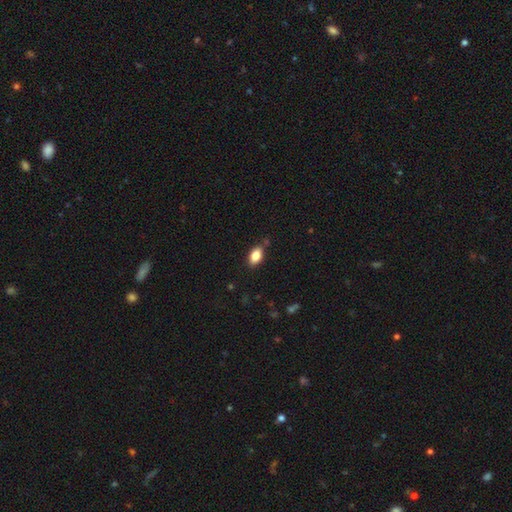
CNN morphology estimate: Overall: smooth (84%). How rounded: in between (91%). Merging: none (82%).